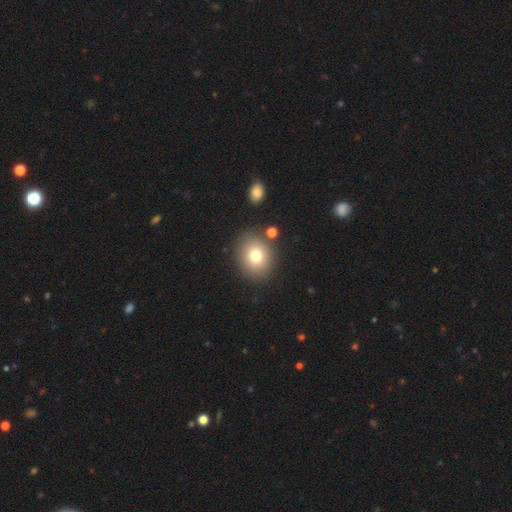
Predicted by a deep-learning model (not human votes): This appears to be a smooth galaxy with no disk features (76%) that is round (68%). Merging: none (84%).